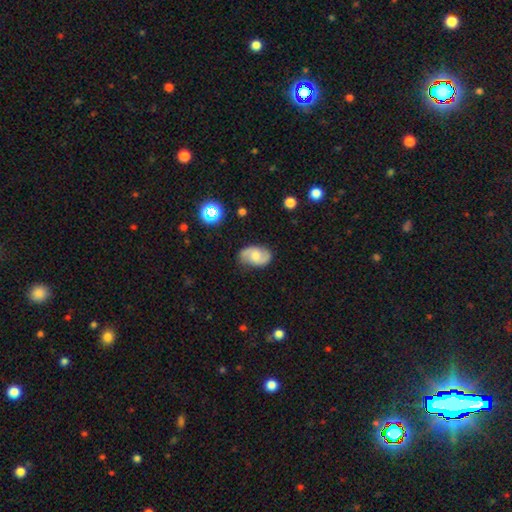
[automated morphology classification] Smooth or featured: featured or disk — 63% (smooth — 29%)
Edge-on disk: no — 97% (yes — 3%)
Bar: no — 53% (weak — 40%)
Spiral arms: yes — 93% (no — 7%)
Spiral winding: medium — 48% (loose — 31%)
Spiral arm count: 2 — 88% (can't tell — 6%)
Bulge size: moderate — 44% (small — 32%)
Merging: none — 76% (minor disturbance — 18%)